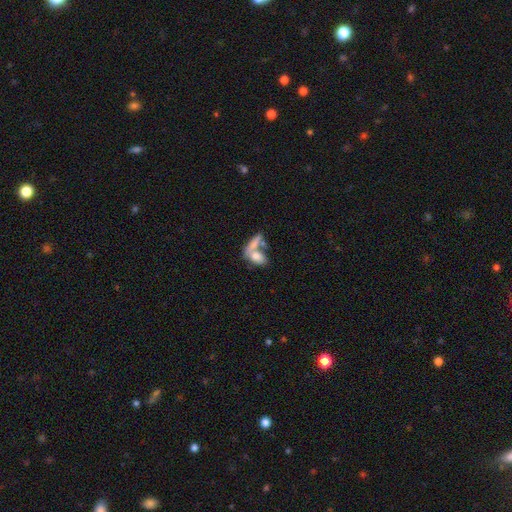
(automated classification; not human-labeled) A smooth galaxy with no disk features (74%) that is in between round and cigar-shaped (80%). Merging: merger (56%).